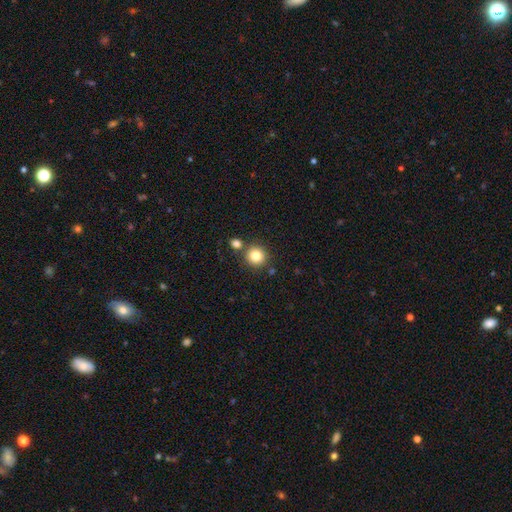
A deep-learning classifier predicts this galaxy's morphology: Smooth or featured? Predicted: smooth (p=0.82). How rounded? Predicted: round (p=0.93). Merging? Predicted: none (p=0.77).